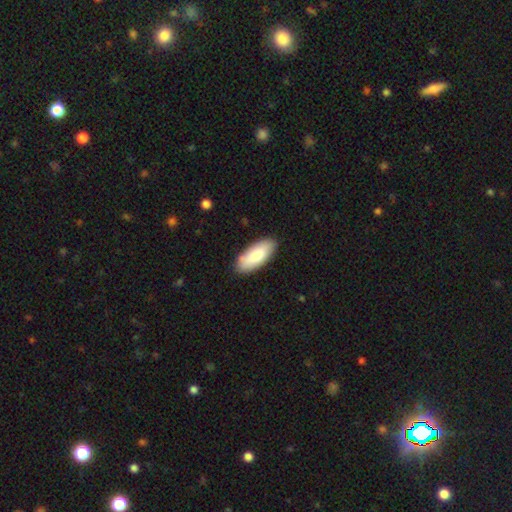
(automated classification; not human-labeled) Morphology: type=smooth (84%); roundness=in between (84%); merging=none (86%).